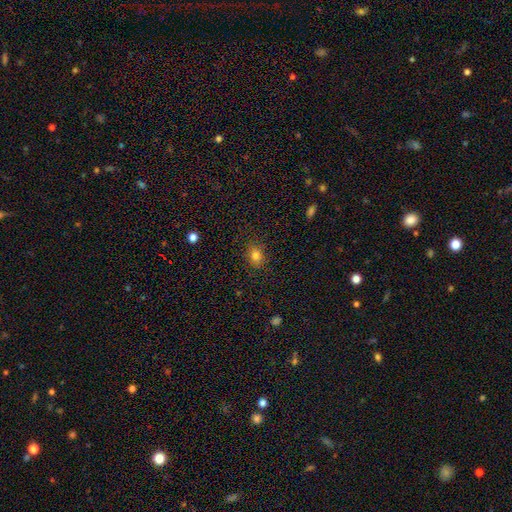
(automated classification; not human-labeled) A smooth galaxy with no disk features (80%) that is in between round and cigar-shaped (55%). Merging: none (84%).